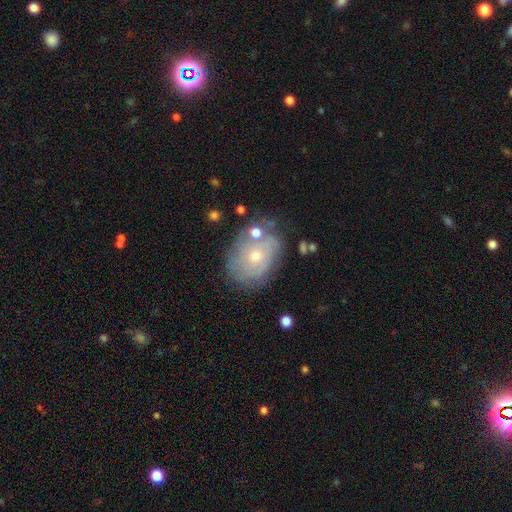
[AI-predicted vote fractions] Smooth or featured? featured or disk (60%)
Edge-on disk? no (96%)
Bar? no (84%)
Spiral arms? yes (69%)
Bulge size? small (54%)
Merging? none (60%)